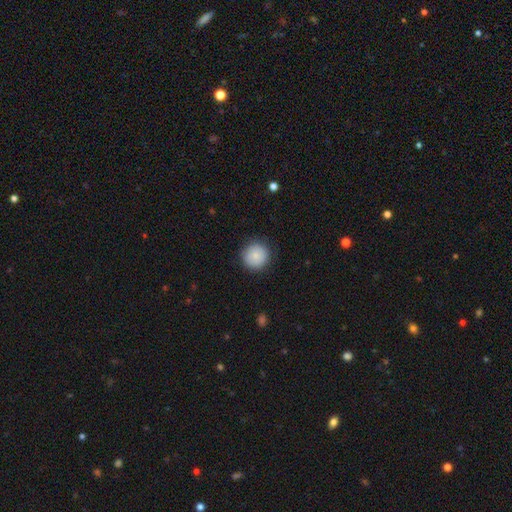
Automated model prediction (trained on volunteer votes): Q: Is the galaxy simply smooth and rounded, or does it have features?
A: smooth — 86%.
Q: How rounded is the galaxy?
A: round — 94%.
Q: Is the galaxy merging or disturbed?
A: none — 89%.